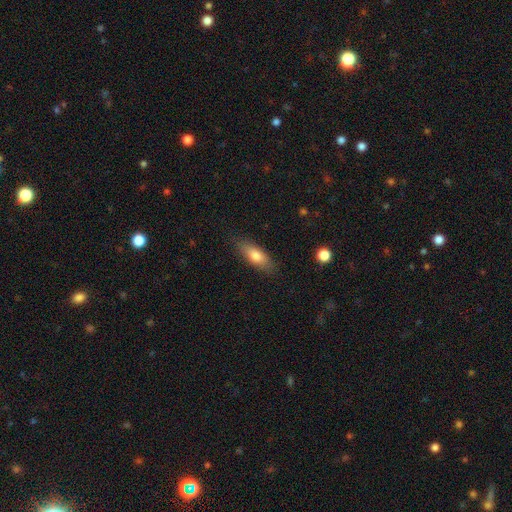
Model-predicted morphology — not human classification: Smooth or featured: smooth — 76% (featured or disk — 17%)
How rounded: in between — 66% (cigar-shaped — 31%)
Merging: none — 83% (minor disturbance — 12%)